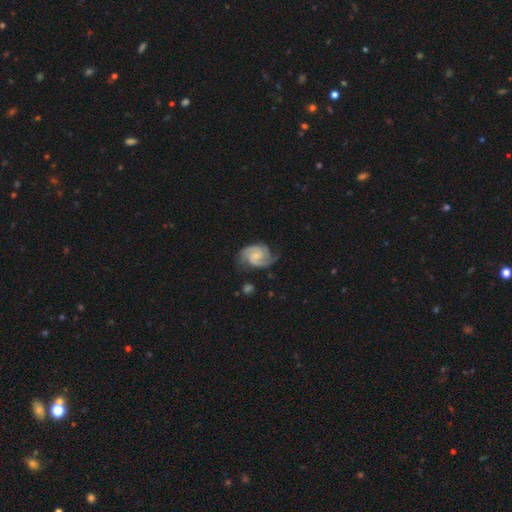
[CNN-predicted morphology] This is clearly a featured or disk galaxy (89%). It is clearly not viewed edge-on (98%). Bar: possibly no (59%). Spiral arm pattern: clearly yes (98%). Spiral arm count: likely 2 (72%). Spiral winding: possibly tight (45%, tied with medium). Central bulge: likely small (63%). Merging: likely none (70%).